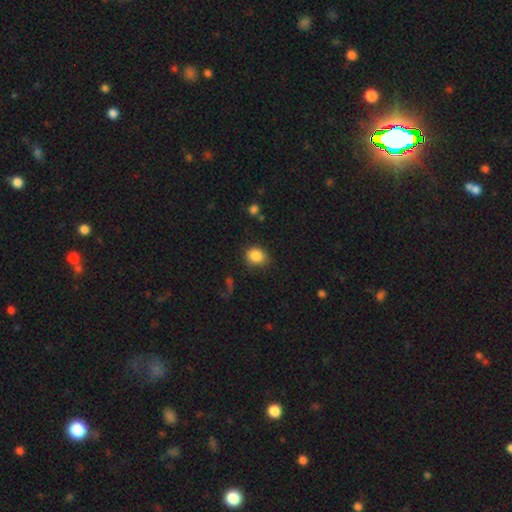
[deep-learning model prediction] A smooth galaxy with no disk features (86%) that is round (60%).

Vote fractions:
- Smooth or featured? smooth: 86% / star or artifact: 9% / featured or disk: 5%
- How rounded? round: 60% / in between: 39% / cigar-shaped: 1%
- Merging? none: 75% / minor disturbance: 19% / major disturbance: 4% / merger: 2%